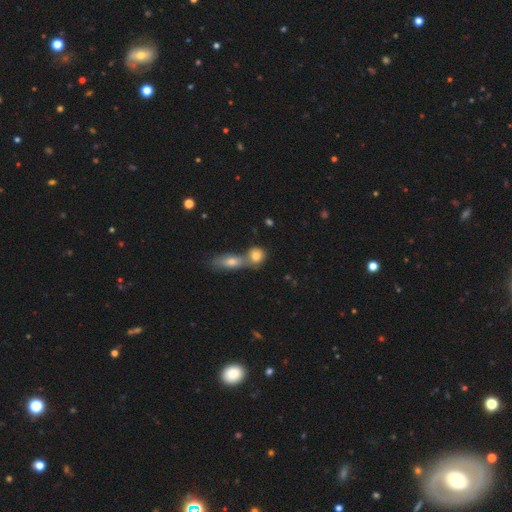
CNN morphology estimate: This is likely a smooth galaxy (80%). How rounded: possibly round (57%). Merging: possibly merger (53%).